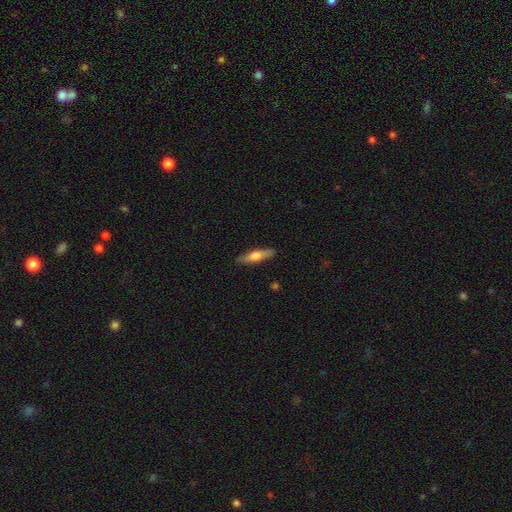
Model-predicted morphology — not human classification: This appears to be a smooth galaxy with no disk features (52%) that is cigar-shaped (73%). Merging: none (88%).